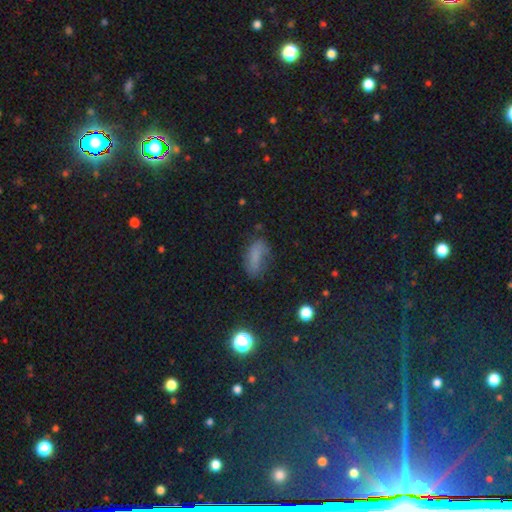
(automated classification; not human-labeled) Smooth or featured: smooth — 66% (featured or disk — 18%)
How rounded: in between — 78% (cigar-shaped — 16%)
Merging: none — 55% (minor disturbance — 28%)